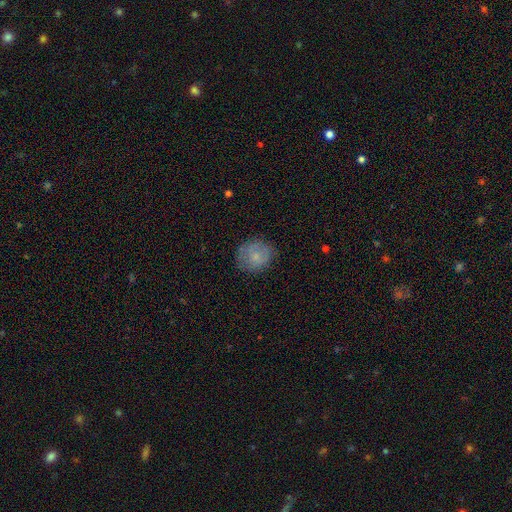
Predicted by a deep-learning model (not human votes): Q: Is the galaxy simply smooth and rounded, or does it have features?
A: smooth — 74%.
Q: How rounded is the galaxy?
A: round — 81%.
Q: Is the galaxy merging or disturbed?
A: none — 76%.